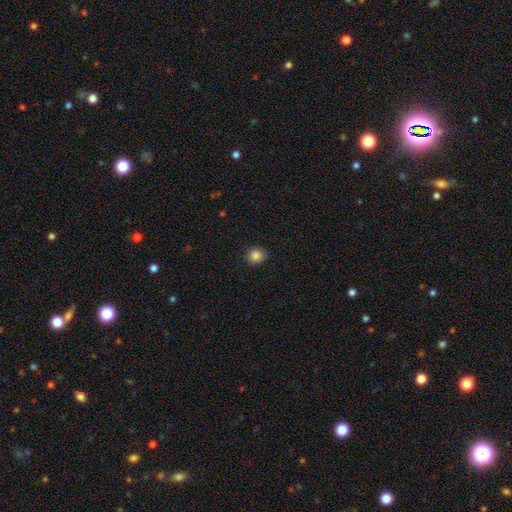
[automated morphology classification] A smooth galaxy with no disk features (86%) that is round (86%). Merging: none (90%).